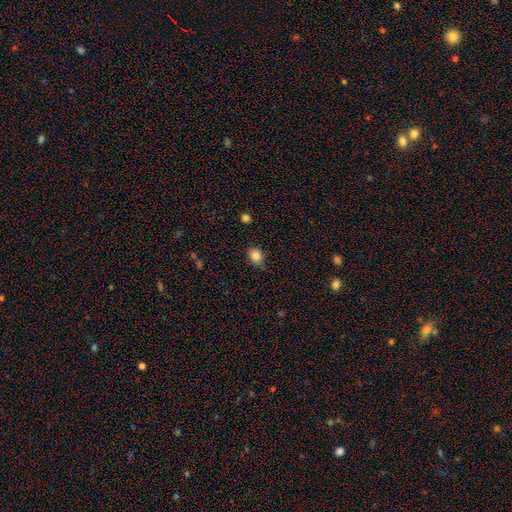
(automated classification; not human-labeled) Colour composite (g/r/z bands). It shows a smooth galaxy with no disk features (83%) that is round (53%). Merging: none (76%).